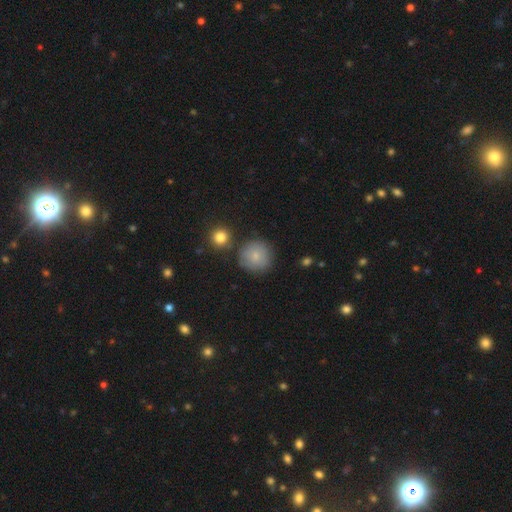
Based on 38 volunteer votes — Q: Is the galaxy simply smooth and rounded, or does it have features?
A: smooth — 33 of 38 (87%).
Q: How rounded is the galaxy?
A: round — 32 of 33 (97%).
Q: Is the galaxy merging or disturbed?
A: none — 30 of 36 (83%).